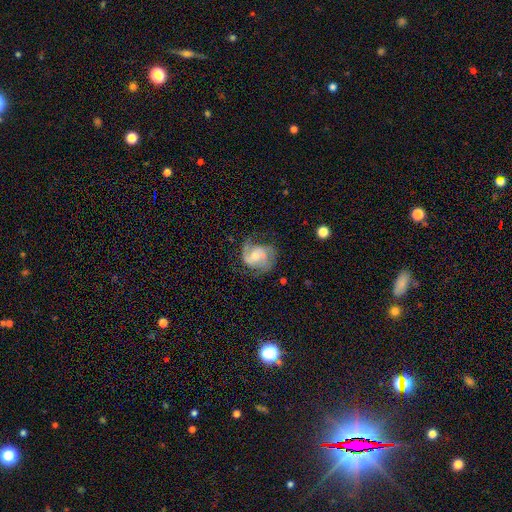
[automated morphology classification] Smooth or featured? featured or disk (80%)
Edge-on disk? no (98%)
Bar? no (51%)
Spiral arms? yes (94%)
Spiral winding? medium (50%)
Spiral arm count? 2 (76%)
Bulge size? moderate (43%)
Merging? none (59%)